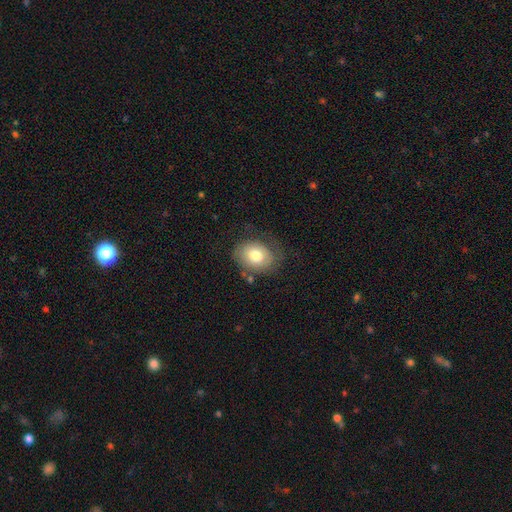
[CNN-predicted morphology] Overall: smooth (73%). How rounded: in between (56%; round 43%). Merging: none (66%).